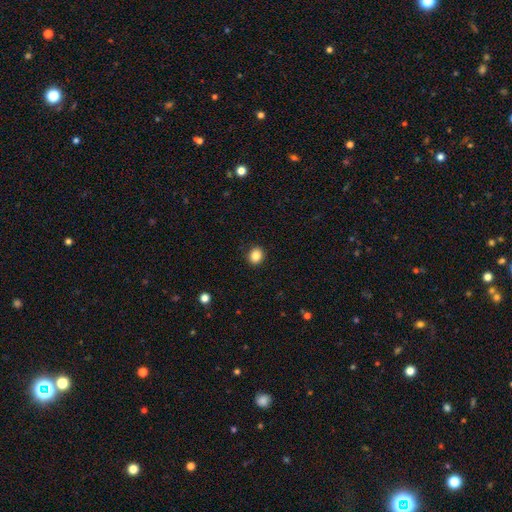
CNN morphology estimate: Q: Smooth or featured?
A: smooth (86%); runner-up: star or artifact (10%)
Q: How rounded?
A: round (66%); runner-up: in between (33%)
Q: Merging?
A: none (91%); runner-up: minor disturbance (6%)